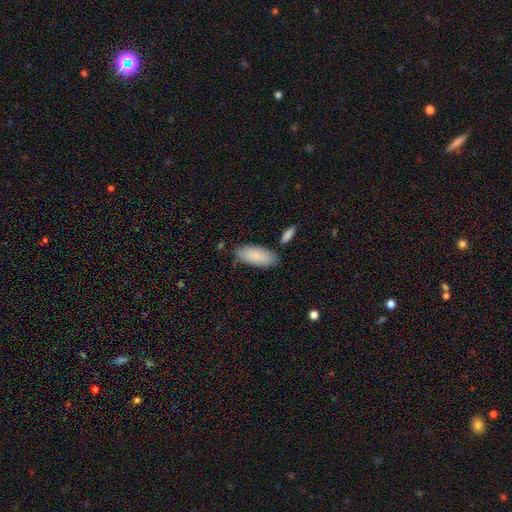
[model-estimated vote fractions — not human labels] This appears to be a smooth galaxy with no disk features (85%) that is in between round and cigar-shaped (88%). Merging: none (73%).